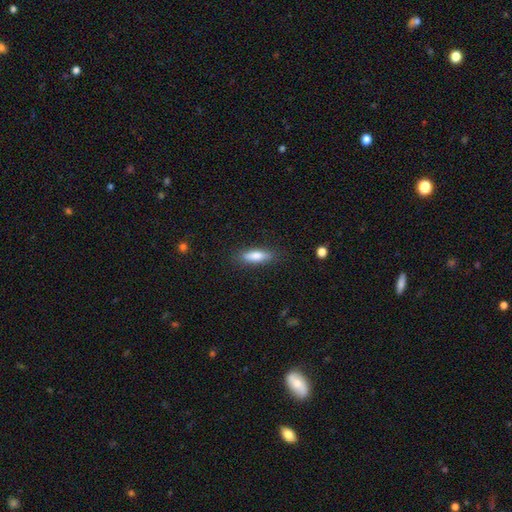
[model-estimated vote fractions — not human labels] smooth-or-featured: smooth: 79% | featured or disk: 15% | star or artifact: 7%
  how-rounded: cigar-shaped: 56% | in between: 42% | round: 2%
  merging: none: 85% | minor disturbance: 11% | major disturbance: 3% | merger: 1%